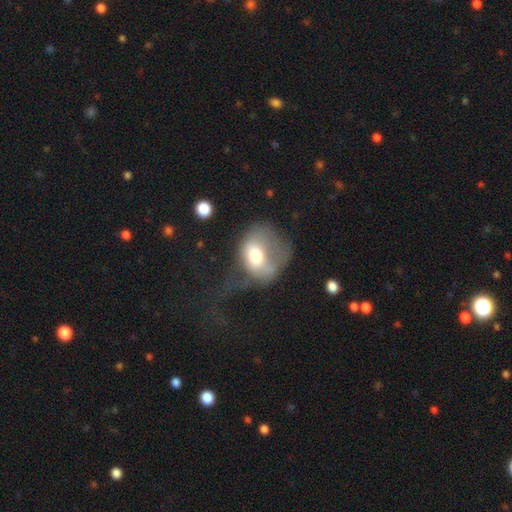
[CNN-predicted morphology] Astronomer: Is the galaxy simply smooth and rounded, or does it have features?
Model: smooth — 59%.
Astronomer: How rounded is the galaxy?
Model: in between — 51% (runner-up: round, 48%).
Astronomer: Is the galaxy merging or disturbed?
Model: major disturbance — 58%.